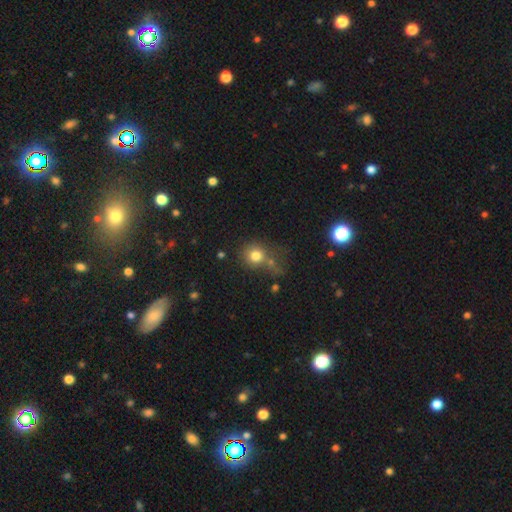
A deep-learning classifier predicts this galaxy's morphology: Smooth or featured?
  - smooth: 77% *
  - star or artifact: 13%
  - featured or disk: 10%
How rounded?
  - round: 84% *
  - in between: 15%
  - cigar-shaped: 1%
Merging?
  - none: 47% *
  - merger: 24%
  - minor disturbance: 16%
  - major disturbance: 13%